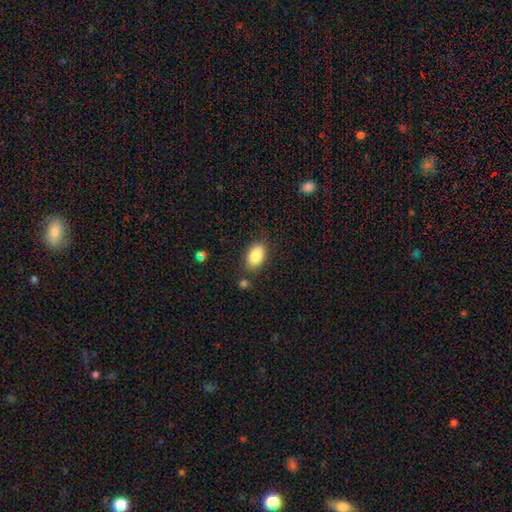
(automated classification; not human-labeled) Morphology: type=smooth (85%); roundness=in between (90%); merging=none (78%).